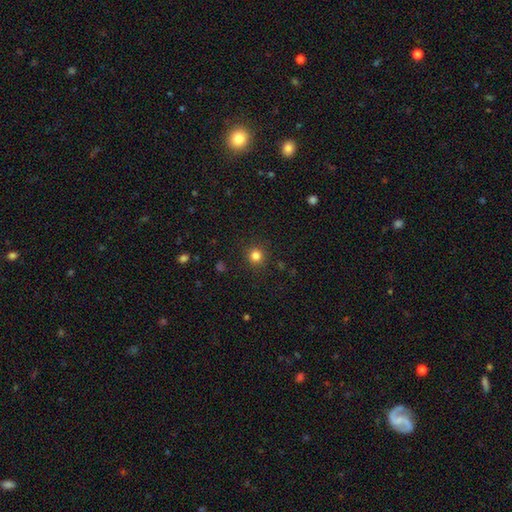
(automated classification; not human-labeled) smooth_or_featured: smooth (p=0.82) [alt: star or artifact p=0.13]
how_rounded: round (p=0.93) [alt: in between p=0.06]
merging: none (p=0.91) [alt: minor disturbance p=0.06]